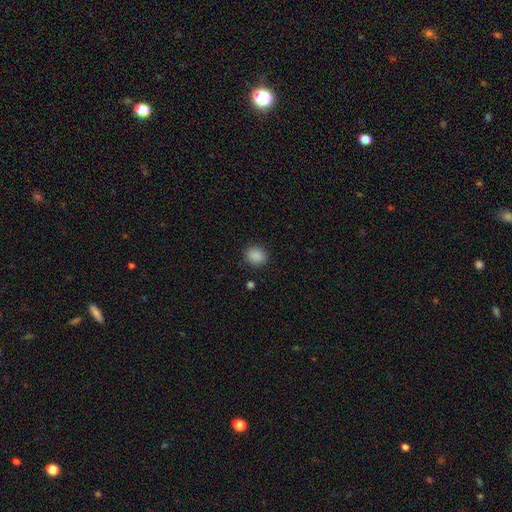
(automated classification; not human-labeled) Smooth or featured? smooth (88%)
How rounded? round (66%)
Merging? none (88%)